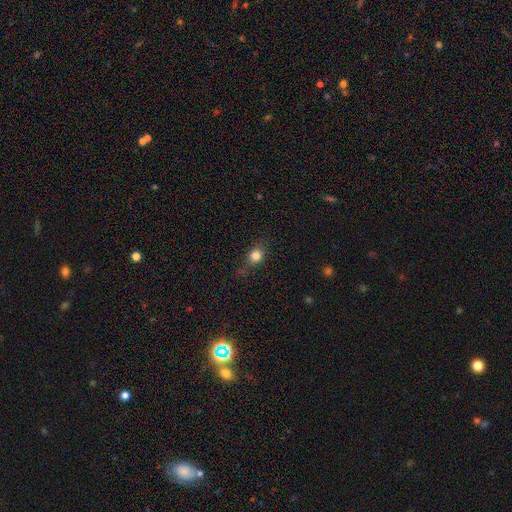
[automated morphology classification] The model was most divided on "how rounded": round: 70%, in between: 27%, cigar-shaped: 2%. More confident: smooth or featured — smooth (80%); merging — none (70%).